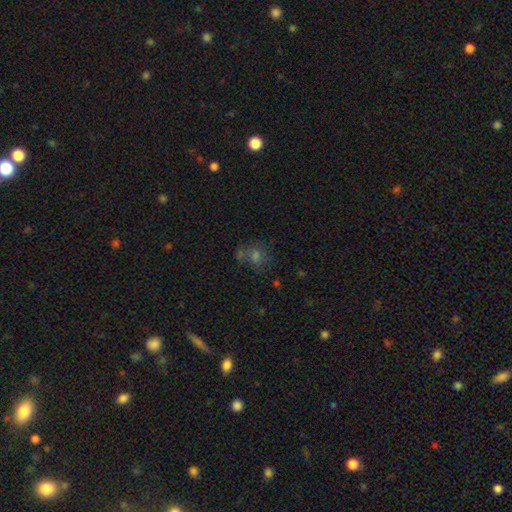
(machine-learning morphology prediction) Q: Smooth or featured?
A: smooth (52%); runner-up: star or artifact (31%)
Q: How rounded?
A: round (74%); runner-up: in between (24%)
Q: Merging?
A: none (57%); runner-up: merger (22%)